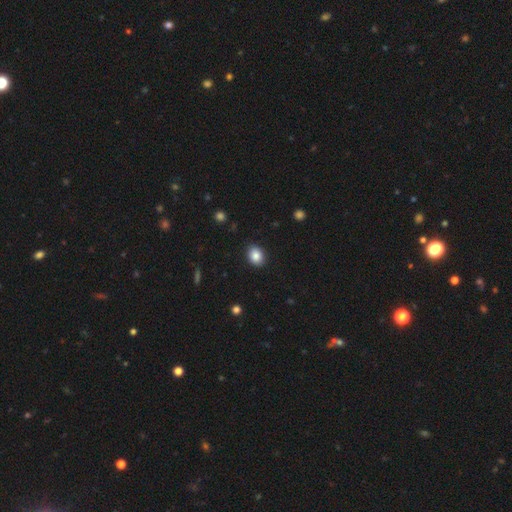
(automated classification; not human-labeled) Q: Smooth or featured?
A: smooth (86%); runner-up: star or artifact (9%)
Q: How rounded?
A: in between (55%); runner-up: round (44%)
Q: Merging?
A: none (89%); runner-up: minor disturbance (8%)